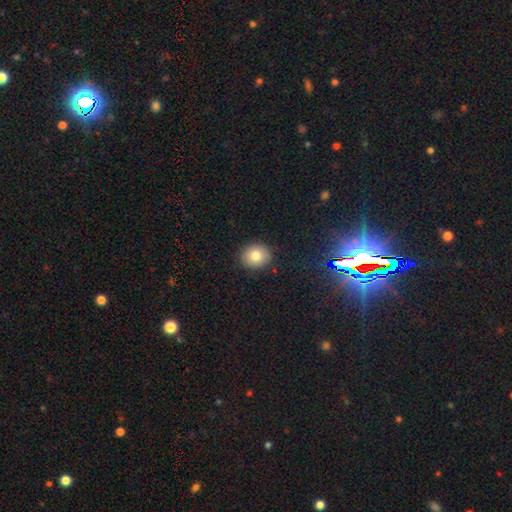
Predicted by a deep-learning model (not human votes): Smooth or featured? smooth (80%)
How rounded? round (77%)
Merging? none (90%)